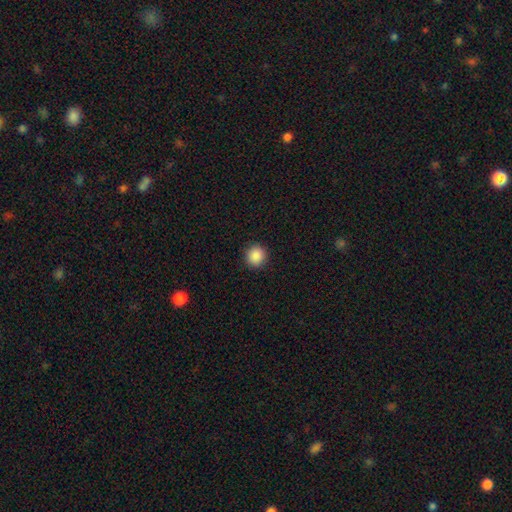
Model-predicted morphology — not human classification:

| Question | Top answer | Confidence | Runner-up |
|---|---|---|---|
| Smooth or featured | smooth | 88% | star or artifact (9%) |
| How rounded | round | 93% | in between (6%) |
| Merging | none | 92% | minor disturbance (5%) |